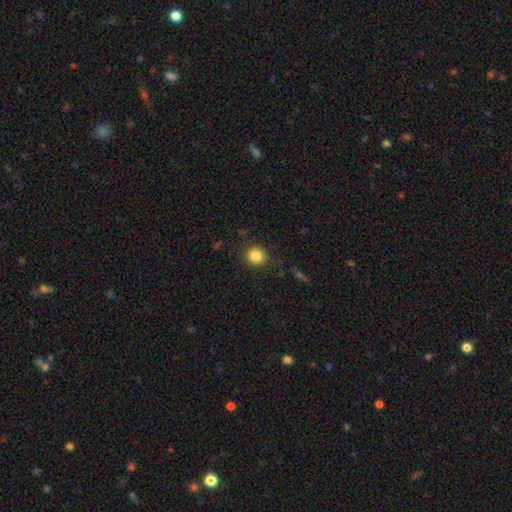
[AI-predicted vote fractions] A smooth galaxy with no disk features (85%) that is round (91%). Merging: none (87%).